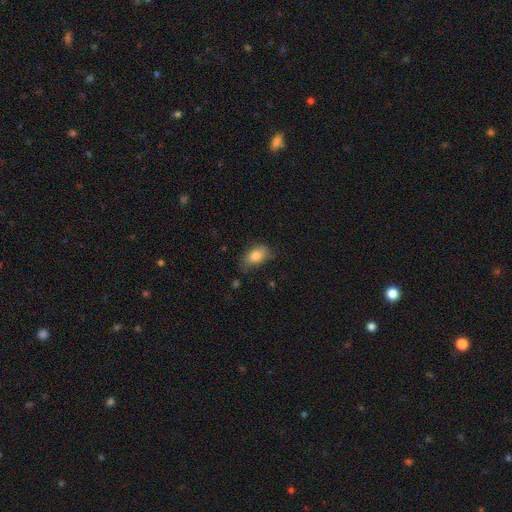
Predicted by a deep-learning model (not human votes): This appears to be a smooth galaxy with no disk features (82%) that is in between round and cigar-shaped (88%). Merging: none (63%).